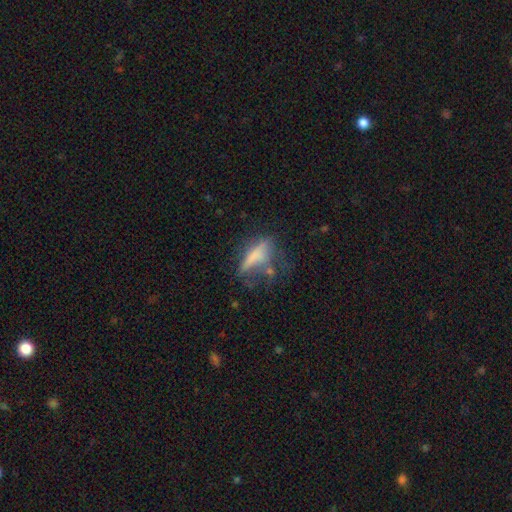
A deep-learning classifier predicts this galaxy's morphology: A smooth galaxy with no disk features (50%). Merging: none (34%).